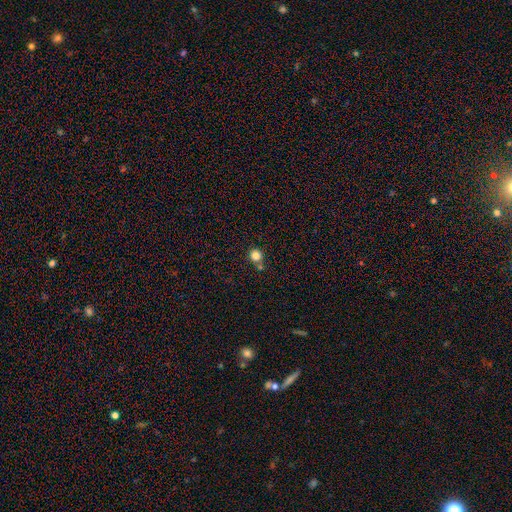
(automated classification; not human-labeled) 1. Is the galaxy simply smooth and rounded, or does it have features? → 82% smooth, 12% star or artifact, 6% featured or disk.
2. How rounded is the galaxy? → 91% round, 8% in between, 1% cigar-shaped.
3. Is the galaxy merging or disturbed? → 71% none, 17% merger, 9% minor disturbance, 3% major disturbance.